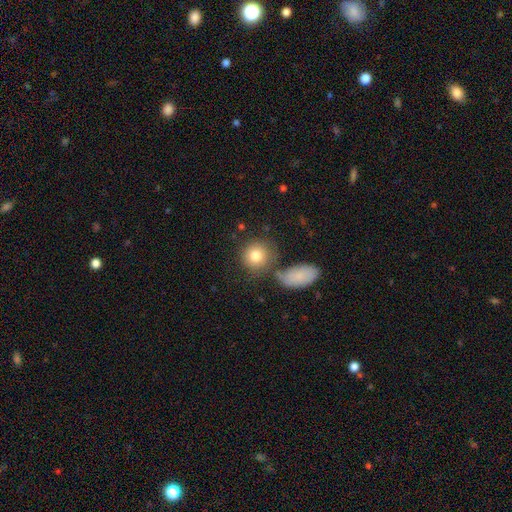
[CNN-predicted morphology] smooth 82%, featured or disk 10%, star or artifact 8%. Down the decision tree: how rounded — round (86%); merging — none (65%).